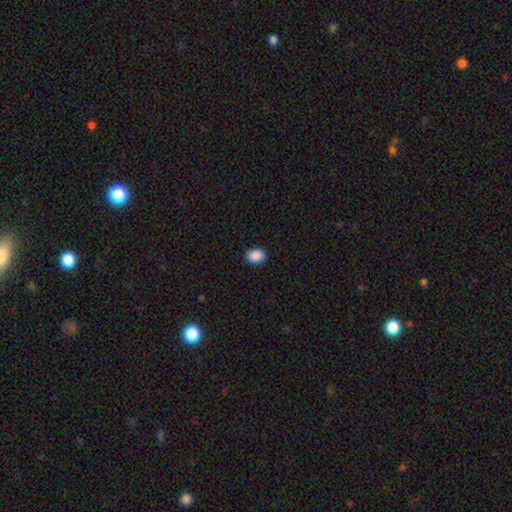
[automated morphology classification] Smooth or featured?
  - smooth: 89% *
  - star or artifact: 8%
  - featured or disk: 3%
How rounded?
  - in between: 66% *
  - round: 33%
  - cigar-shaped: 1%
Merging?
  - none: 89% *
  - minor disturbance: 8%
  - major disturbance: 2%
  - merger: 1%